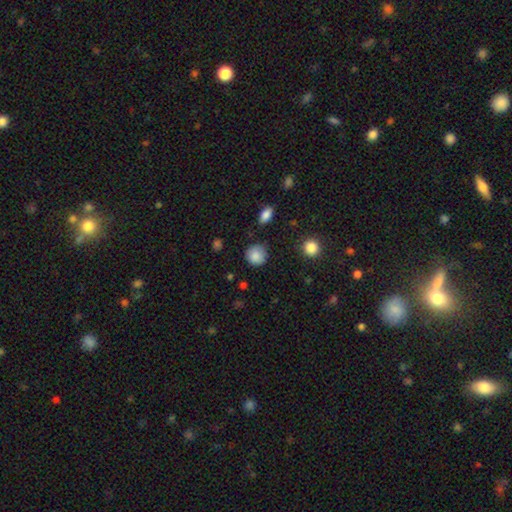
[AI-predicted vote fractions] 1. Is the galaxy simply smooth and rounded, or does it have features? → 86% smooth, 9% star or artifact, 5% featured or disk.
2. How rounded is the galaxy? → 90% round, 9% in between, 1% cigar-shaped.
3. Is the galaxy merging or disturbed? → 78% none, 16% minor disturbance, 4% major disturbance, 2% merger.